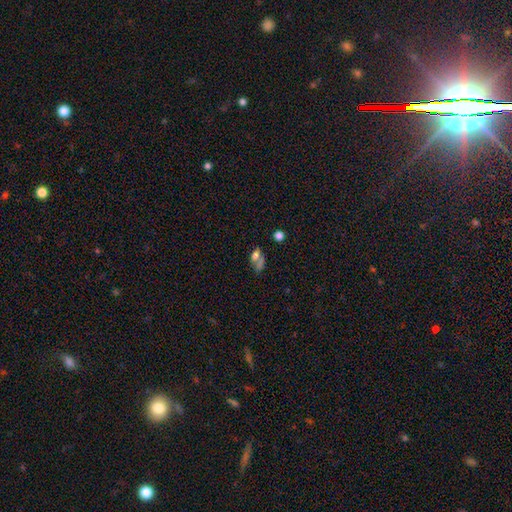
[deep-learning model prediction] Q: Smooth or featured?
A: smooth (41%); runner-up: star or artifact (35%)
Q: Merging?
A: none (49%); runner-up: merger (26%)